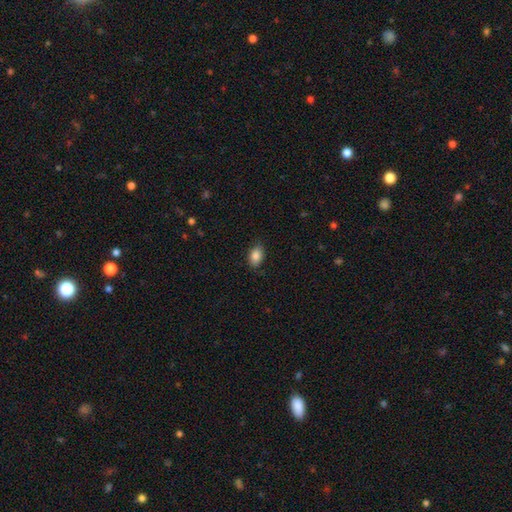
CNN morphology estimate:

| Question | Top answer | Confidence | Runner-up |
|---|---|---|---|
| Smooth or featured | smooth | 87% | star or artifact (8%) |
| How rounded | in between | 85% | round (14%) |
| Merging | none | 83% | minor disturbance (13%) |